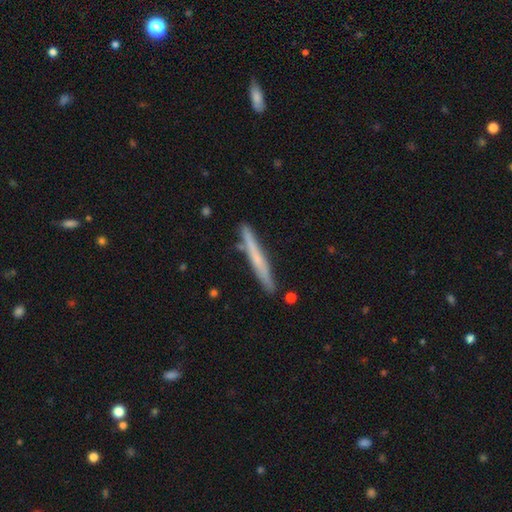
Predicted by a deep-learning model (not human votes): smooth 48%, featured or disk 46%, star or artifact 6%. Down the decision tree: merging — none (85%).